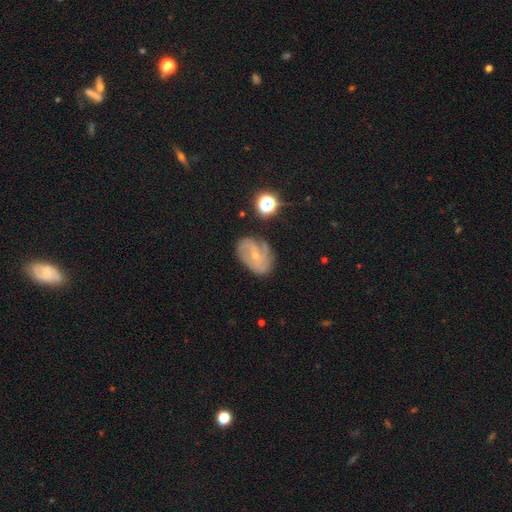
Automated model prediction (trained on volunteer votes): This appears to be a featured or disk galaxy (70%) with no bar (62%), 2 (35%) tight (42%) spiral arms (86%) and a small central bulge (73%). Merging: none (62%).